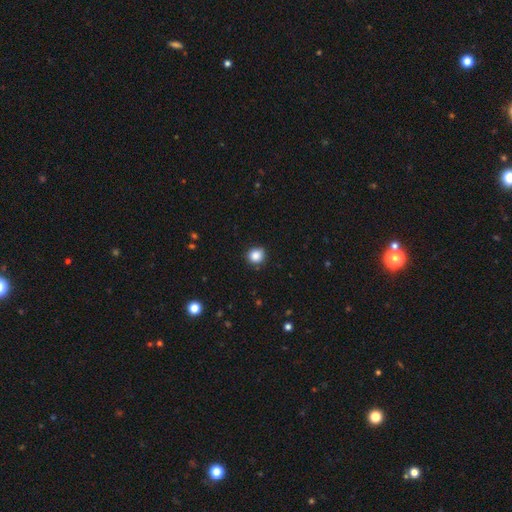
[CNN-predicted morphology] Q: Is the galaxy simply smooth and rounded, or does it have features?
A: smooth — 87%.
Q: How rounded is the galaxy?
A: round — 85%.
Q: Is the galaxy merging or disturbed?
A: none — 89%.